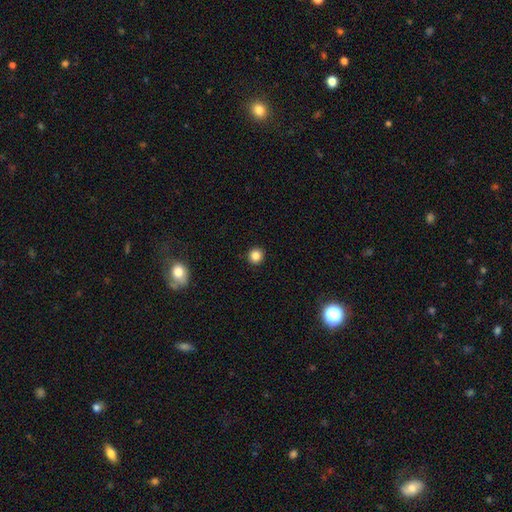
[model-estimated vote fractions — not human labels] smooth 85%, star or artifact 11%, featured or disk 4%. Down the decision tree: how rounded — round (94%); merging — none (92%).